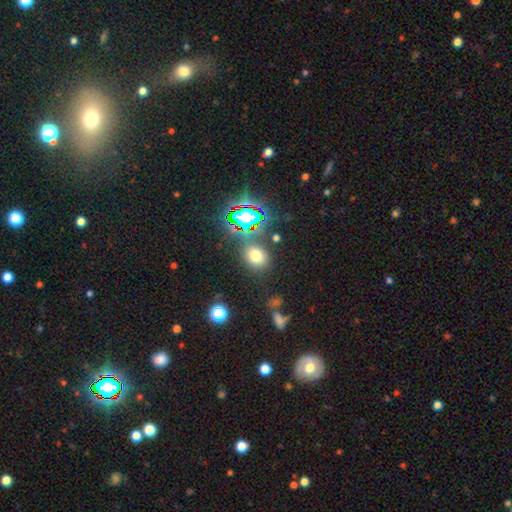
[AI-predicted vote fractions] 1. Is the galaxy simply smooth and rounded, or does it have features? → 64% smooth, 27% star or artifact, 8% featured or disk.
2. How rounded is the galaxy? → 64% round, 35% in between, 1% cigar-shaped.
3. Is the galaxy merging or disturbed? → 76% none, 11% minor disturbance, 8% merger, 5% major disturbance.